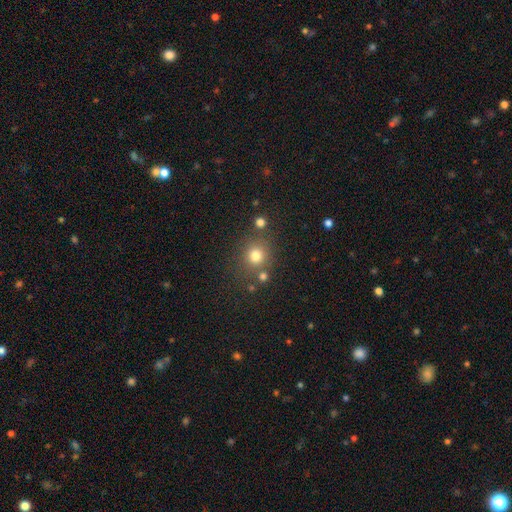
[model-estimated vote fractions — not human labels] Smooth or featured?
  - smooth: 77% *
  - star or artifact: 16%
  - featured or disk: 7%
How rounded?
  - round: 89% *
  - in between: 10%
  - cigar-shaped: 1%
Merging?
  - none: 76% *
  - minor disturbance: 10%
  - merger: 9%
  - major disturbance: 4%